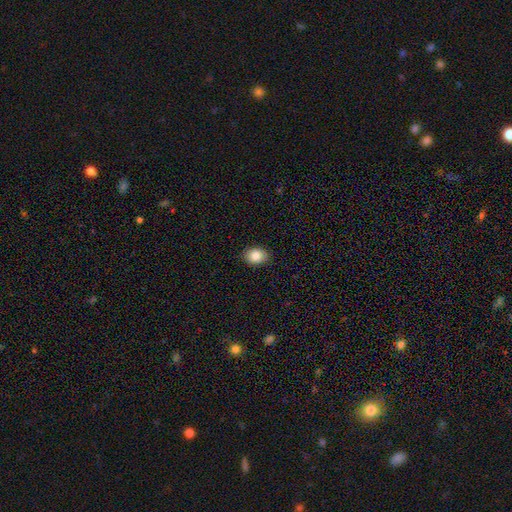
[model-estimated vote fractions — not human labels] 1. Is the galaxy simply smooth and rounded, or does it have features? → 85% smooth, 9% star or artifact, 6% featured or disk.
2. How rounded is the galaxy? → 62% in between, 37% round, 1% cigar-shaped.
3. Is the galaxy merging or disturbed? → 89% none, 8% minor disturbance, 2% major disturbance, 1% merger.